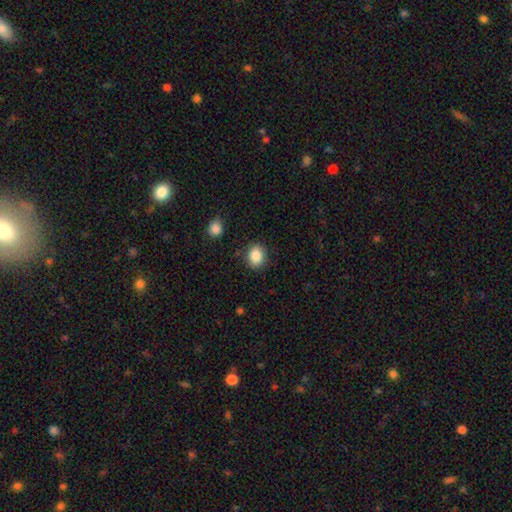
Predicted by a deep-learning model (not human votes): This is clearly a smooth galaxy (86%). How rounded: likely round (61%). Merging: clearly none (84%).